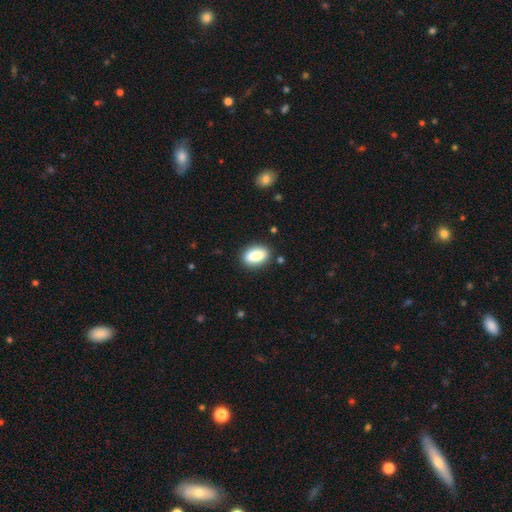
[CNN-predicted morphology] Overall: smooth (86%). How rounded: in between (88%). Merging: none (86%).